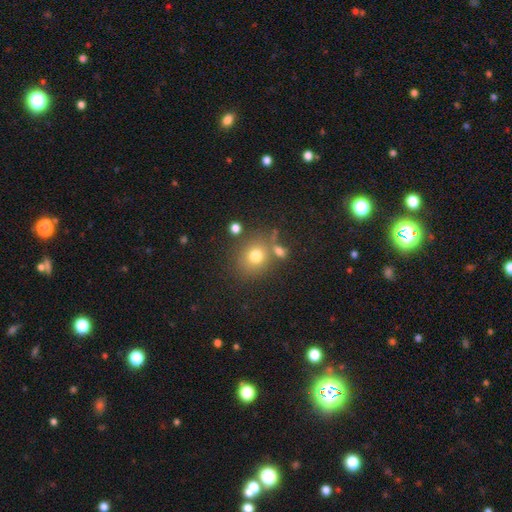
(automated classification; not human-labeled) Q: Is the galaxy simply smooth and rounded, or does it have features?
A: smooth — 74%.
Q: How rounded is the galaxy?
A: round — 82%.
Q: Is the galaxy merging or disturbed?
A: none — 69%.